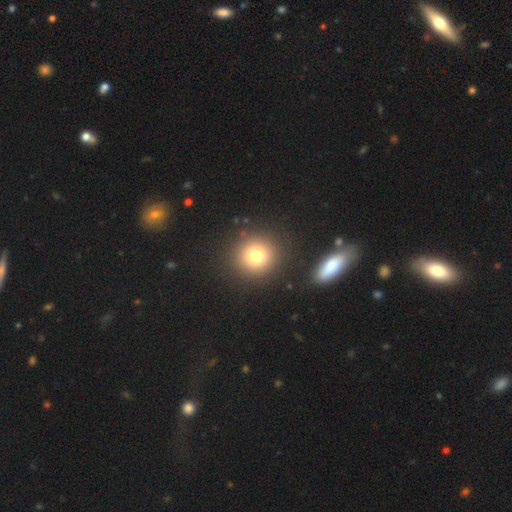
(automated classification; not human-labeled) Morphology: type=smooth (77%); roundness=round (92%); merging=none (88%).